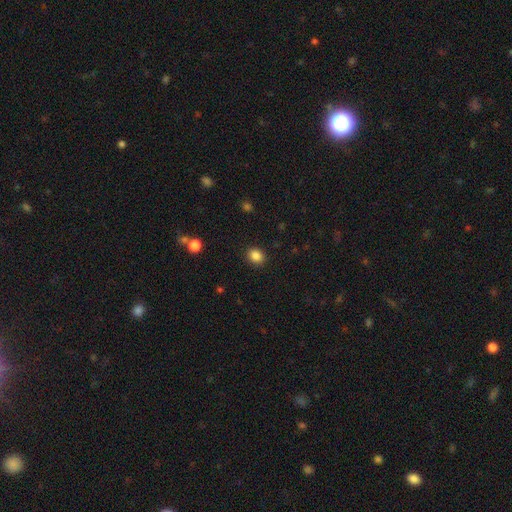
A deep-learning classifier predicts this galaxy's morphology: The model was most divided on "how rounded": round: 57%, in between: 42%, cigar-shaped: 1%. More confident: merging — none (90%); smooth or featured — smooth (86%).